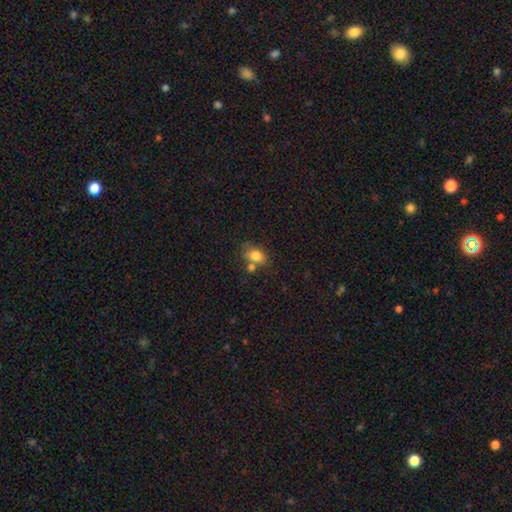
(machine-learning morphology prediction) smooth-or-featured: smooth: 80% | featured or disk: 11% | star or artifact: 9%
  how-rounded: in between: 78% | round: 20% | cigar-shaped: 2%
  merging: none: 50% | merger: 27% | minor disturbance: 17% | major disturbance: 6%